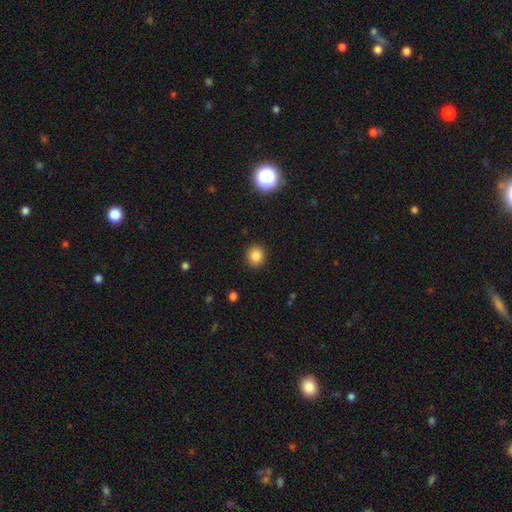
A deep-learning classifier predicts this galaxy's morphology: A smooth galaxy with no disk features (84%) that is round (84%).

Vote fractions:
- Smooth or featured? smooth: 84% / star or artifact: 12% / featured or disk: 4%
- How rounded? round: 84% / in between: 15% / cigar-shaped: 1%
- Merging? none: 91% / minor disturbance: 6% / major disturbance: 2% / merger: 1%